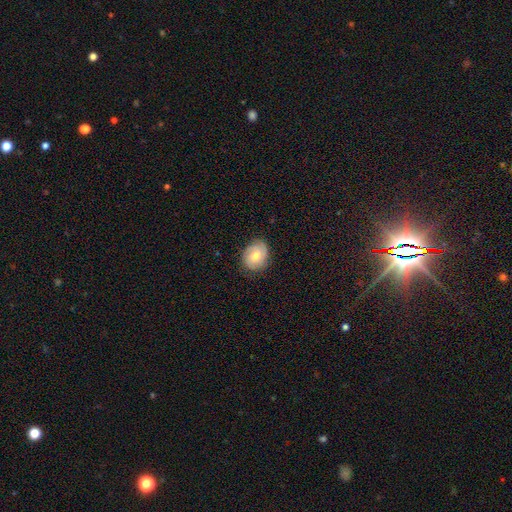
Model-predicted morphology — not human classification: Smooth or featured?
  - smooth: 52% *
  - featured or disk: 40%
  - star or artifact: 8%
How rounded?
  - round: 67% *
  - in between: 32%
  - cigar-shaped: 1%
Merging?
  - none: 77% *
  - minor disturbance: 18%
  - major disturbance: 4%
  - merger: 1%